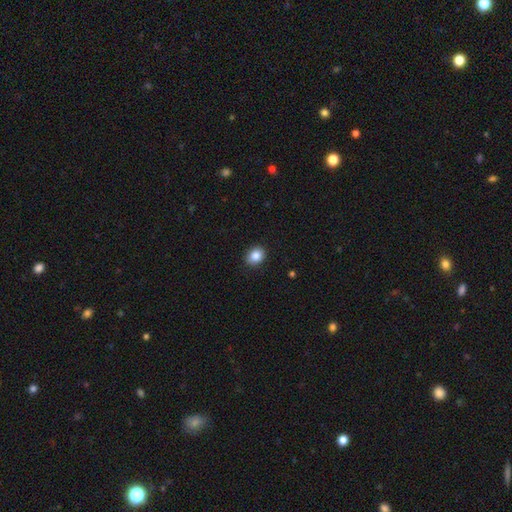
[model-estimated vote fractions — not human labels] Smooth or featured?
  - smooth: 86% *
  - star or artifact: 9%
  - featured or disk: 5%
How rounded?
  - round: 50% *
  - in between: 49%
  - cigar-shaped: 1%
Merging?
  - none: 88% *
  - minor disturbance: 9%
  - major disturbance: 2%
  - merger: 1%